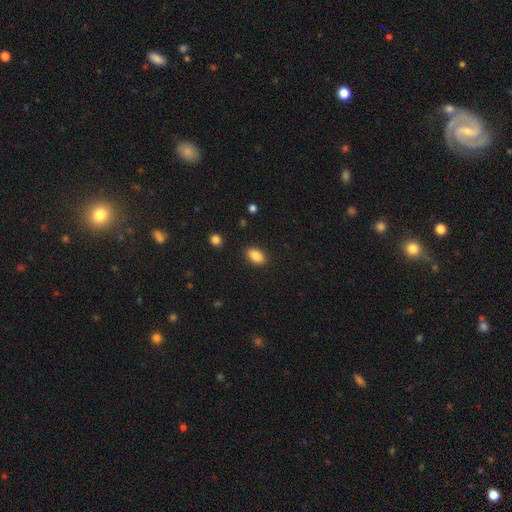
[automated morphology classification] The model was most divided on "smooth or featured": smooth: 88%, star or artifact: 8%, featured or disk: 4%. More confident: how rounded — in between (91%); merging — none (88%).